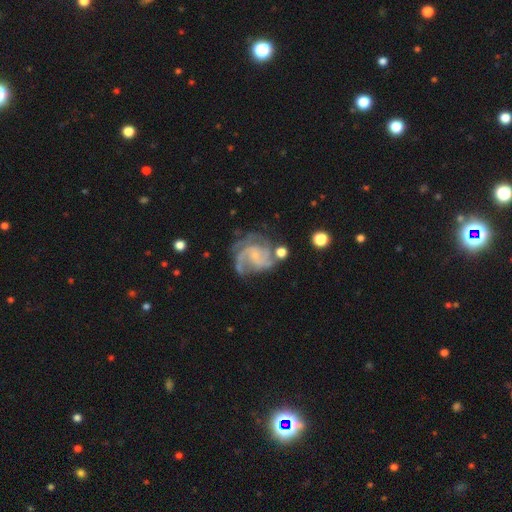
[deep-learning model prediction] Smooth or featured: featured or disk — 88% (smooth — 6%)
Edge-on disk: no — 98% (yes — 2%)
Bar: no — 61% (weak — 33%)
Spiral arms: yes — 97% (no — 3%)
Spiral winding: medium — 48% (tight — 36%)
Spiral arm count: 3 — 36% (2 — 28%)
Bulge size: small — 73% (none — 14%)
Merging: none — 56% (minor disturbance — 21%)